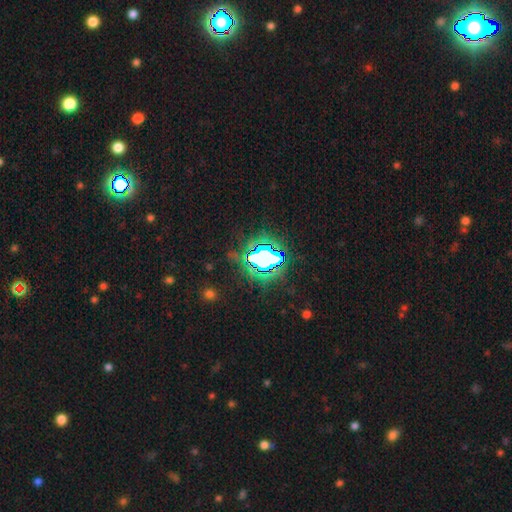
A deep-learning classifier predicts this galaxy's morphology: This appears to be a star or artifact, not a galaxy (75%).